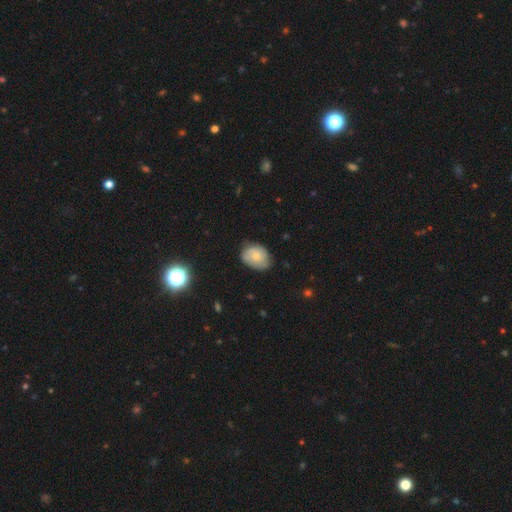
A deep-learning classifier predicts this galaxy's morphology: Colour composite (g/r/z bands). It shows a smooth galaxy with no disk features (62%) that is in between round and cigar-shaped (67%). Merging: none (63%).